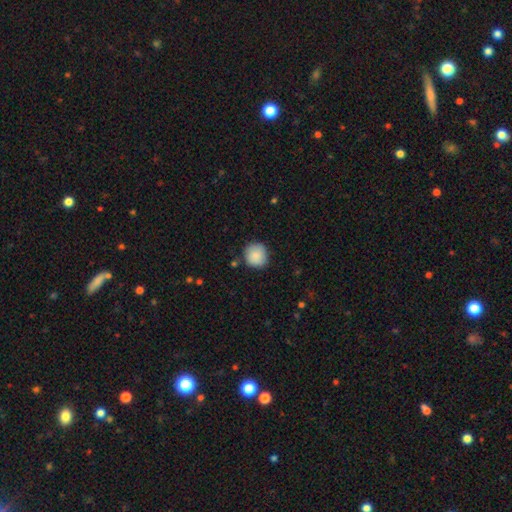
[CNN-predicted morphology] smooth 88%, star or artifact 7%, featured or disk 5%. Down the decision tree: how rounded — round (91%); merging — none (81%).